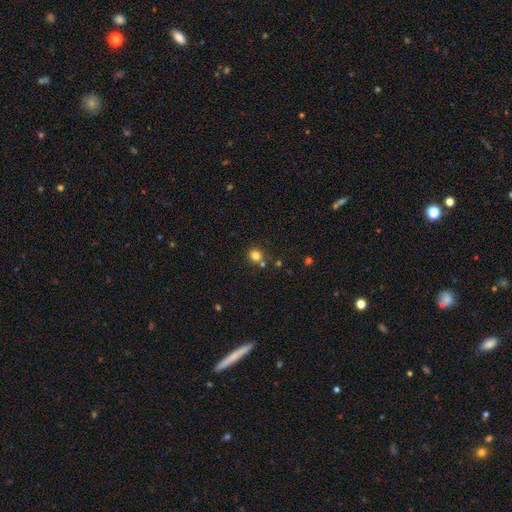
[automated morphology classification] Smooth or featured? Predicted: smooth (p=0.79). How rounded? Predicted: round (p=0.82). Merging? Predicted: none (p=0.71).